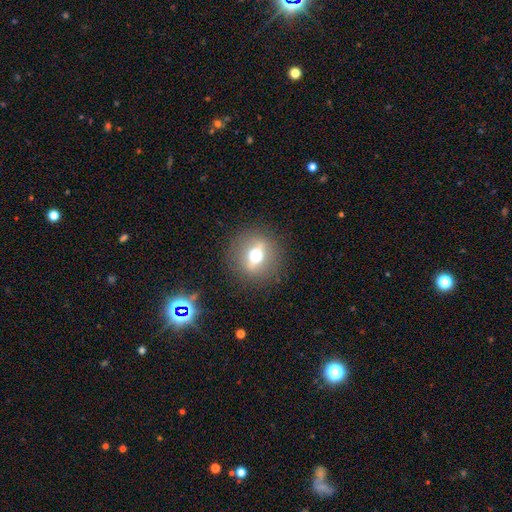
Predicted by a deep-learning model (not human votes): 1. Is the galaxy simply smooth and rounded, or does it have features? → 49% featured or disk, 39% smooth, 12% star or artifact.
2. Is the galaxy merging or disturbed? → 87% none, 8% minor disturbance, 4% major disturbance, 1% merger.